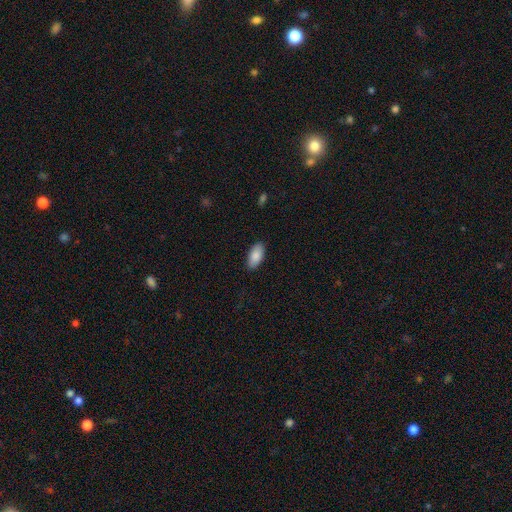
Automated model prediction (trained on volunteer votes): Smooth or featured? Predicted: smooth (p=0.88). How rounded? Predicted: in between (p=0.93). Merging? Predicted: none (p=0.89).